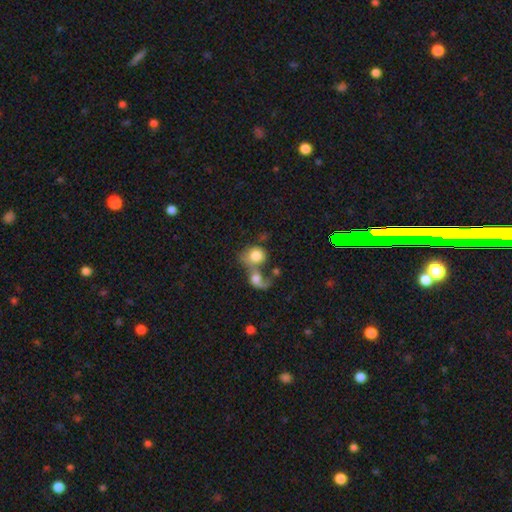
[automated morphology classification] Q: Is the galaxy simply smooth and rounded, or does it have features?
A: smooth — 72%.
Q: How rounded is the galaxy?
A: round — 58%.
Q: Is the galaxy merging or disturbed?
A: merger — 70%.